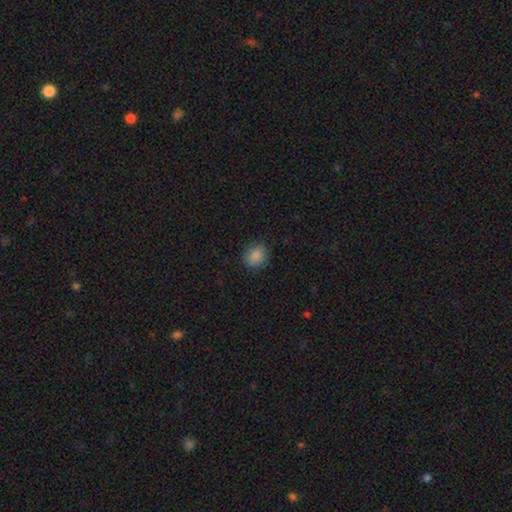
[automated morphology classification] The model was most divided on "how rounded": round: 64%, in between: 35%, cigar-shaped: 1%. More confident: smooth or featured — smooth (86%); merging — none (83%).